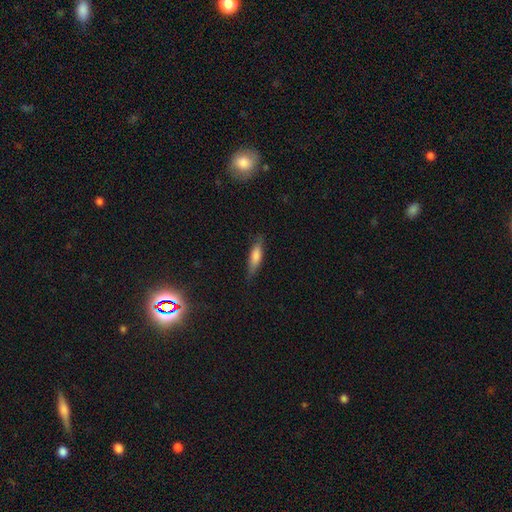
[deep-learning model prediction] The model was most divided on "how rounded": cigar-shaped: 64%, in between: 34%, round: 2%. More confident: merging — none (78%); smooth or featured — smooth (71%).